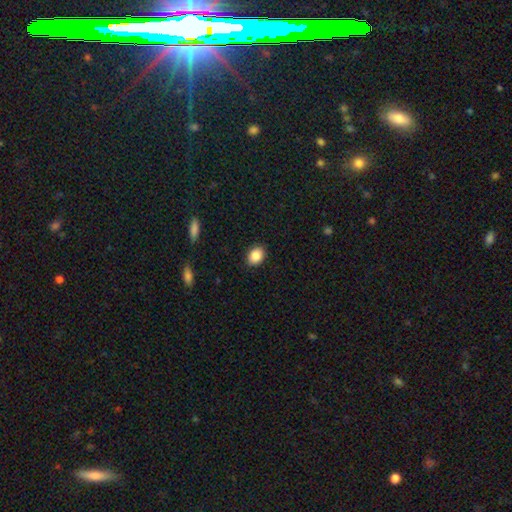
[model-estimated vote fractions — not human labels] The model was most divided on "how rounded": in between: 61%, round: 38%, cigar-shaped: 1%. More confident: merging — none (89%); smooth or featured — smooth (87%).